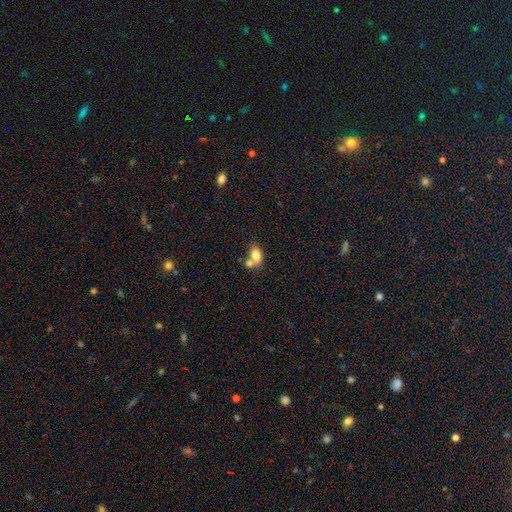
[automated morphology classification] Q: Smooth or featured?
A: smooth (78%); runner-up: featured or disk (13%)
Q: How rounded?
A: in between (85%); runner-up: round (13%)
Q: Merging?
A: merger (48%); runner-up: none (37%)